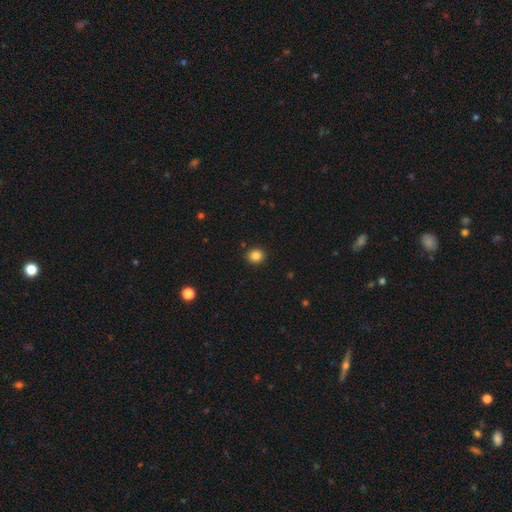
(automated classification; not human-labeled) A smooth galaxy with no disk features (85%) that is round (79%). Merging: none (91%).